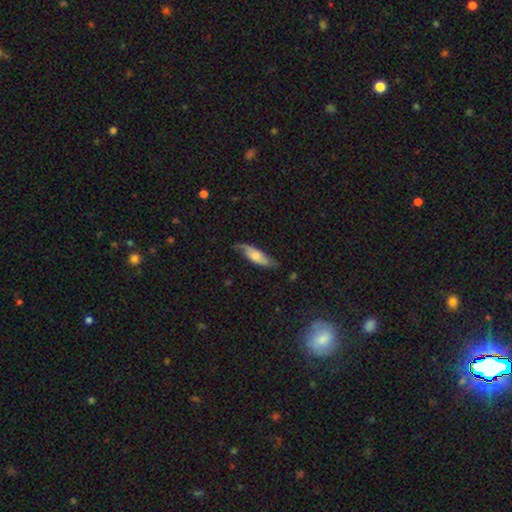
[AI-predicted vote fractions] Smooth or featured?
  - smooth: 55% *
  - featured or disk: 38%
  - star or artifact: 6%
How rounded?
  - in between: 52% *
  - cigar-shaped: 46%
  - round: 2%
Merging?
  - none: 60% *
  - minor disturbance: 29%
  - major disturbance: 9%
  - merger: 2%